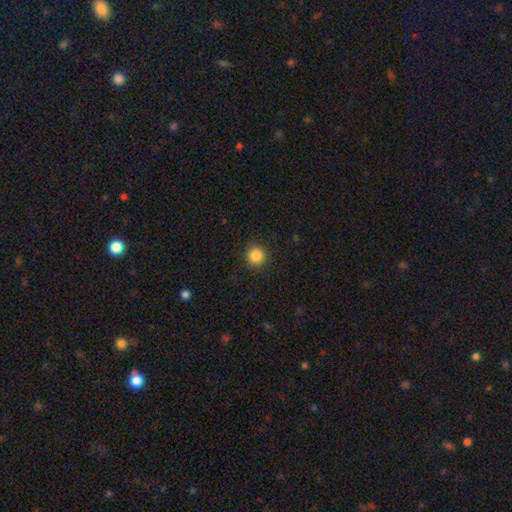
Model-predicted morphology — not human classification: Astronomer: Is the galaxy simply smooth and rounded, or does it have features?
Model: smooth — 86%.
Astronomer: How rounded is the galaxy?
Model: round — 92%.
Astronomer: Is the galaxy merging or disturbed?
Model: none — 90%.